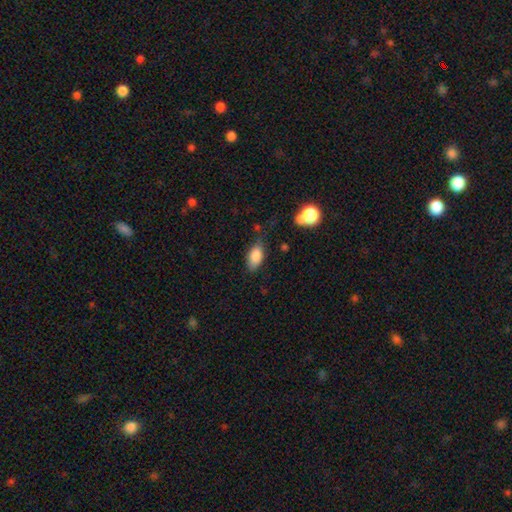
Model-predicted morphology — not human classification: A smooth galaxy with no disk features (85%) that is in between round and cigar-shaped (90%). Merging: none (69%).